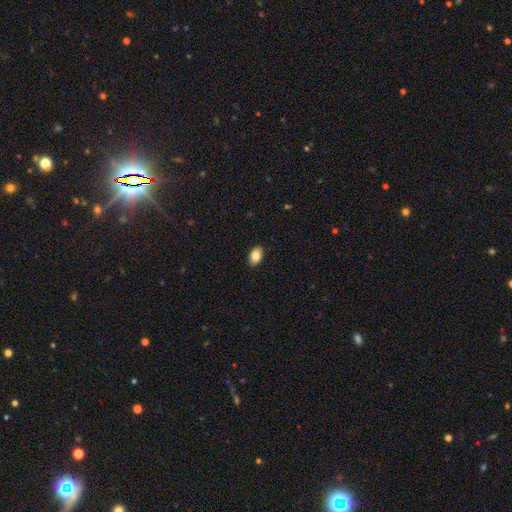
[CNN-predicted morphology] smooth_or_featured: smooth (p=0.84) [alt: featured or disk p=0.09]
how_rounded: in between (p=0.91) [alt: round p=0.08]
merging: none (p=0.89) [alt: minor disturbance p=0.09]